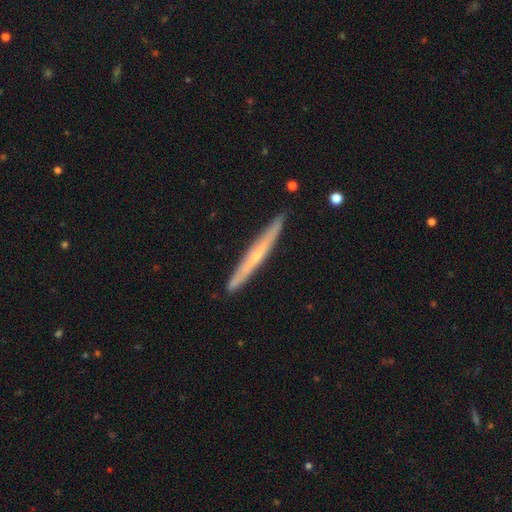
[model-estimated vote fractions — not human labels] A featured or disk galaxy (58%) viewed edge-on (96%) with no central bulge (54%).

Vote fractions:
- Smooth or featured? featured or disk: 58% / smooth: 36% / star or artifact: 6%
- Edge-on disk? yes: 96% / no: 4%
- Edge-on bulge? none: 54% / rounded: 41% / boxy: 4%
- Merging? none: 89% / minor disturbance: 8% / merger: 1% / major disturbance: 1%